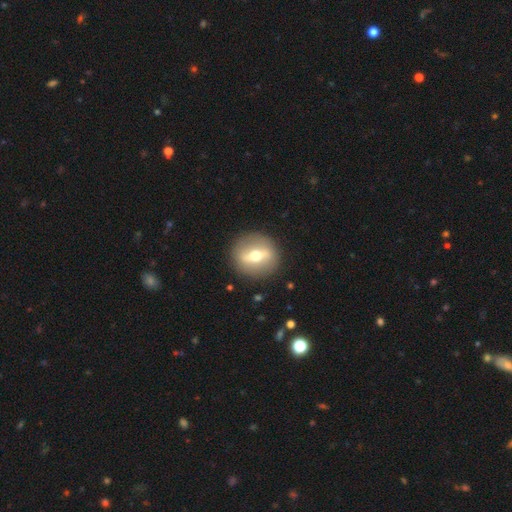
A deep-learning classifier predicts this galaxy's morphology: smooth-or-featured: featured or disk: 62% | smooth: 30% | star or artifact: 7%
  disk-edge-on: no: 67% | yes: 33%
  merging: none: 89% | minor disturbance: 7% | major disturbance: 3% | merger: 1%